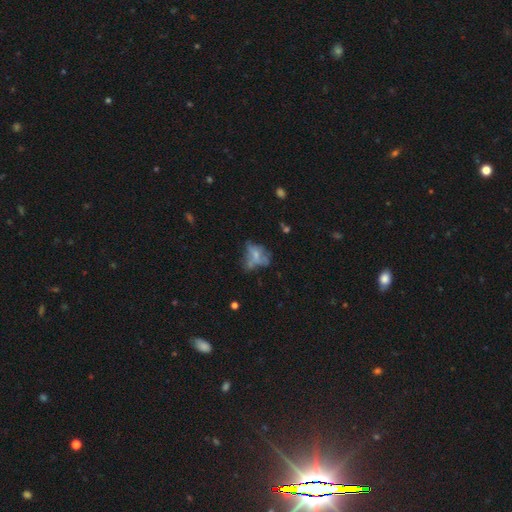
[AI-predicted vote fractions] Smooth or featured: featured or disk — 42% (smooth — 41%)
Merging: none — 35% (major disturbance — 30%)